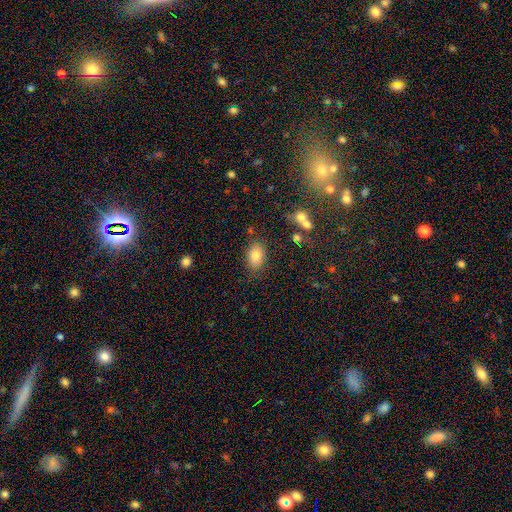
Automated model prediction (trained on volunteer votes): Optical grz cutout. It shows a smooth galaxy with no disk features (82%) that is in between round and cigar-shaped (85%). Merging: none (79%).